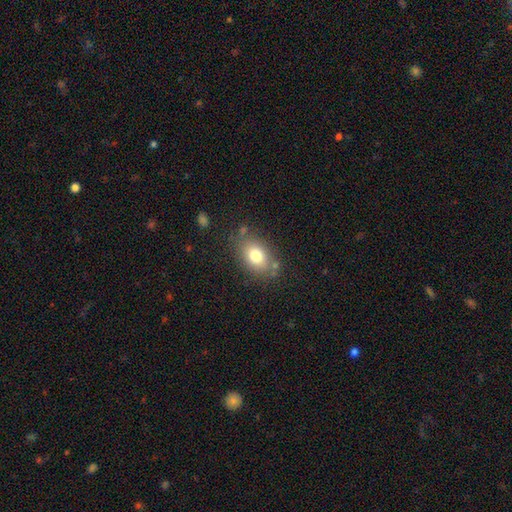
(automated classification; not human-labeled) Smooth or featured: smooth — 77% (featured or disk — 13%)
How rounded: in between — 78% (round — 20%)
Merging: none — 74% (minor disturbance — 16%)